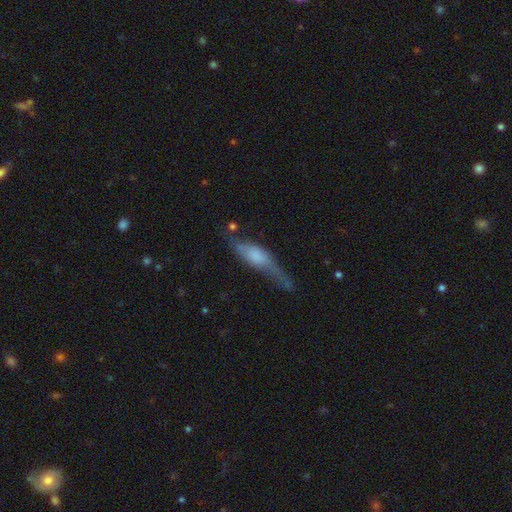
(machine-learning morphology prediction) Overall: featured or disk (47%; smooth 46%). Merging: none (41%; minor disturbance 32%).